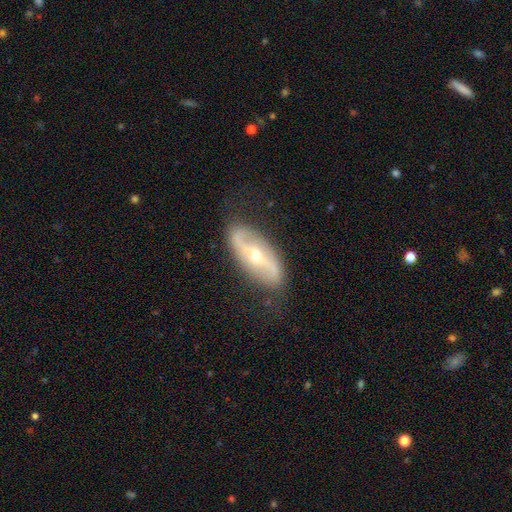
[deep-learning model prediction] Smooth or featured? Predicted: featured or disk (p=0.78). Edge-on disk? Predicted: no (p=0.88). Bar? Predicted: no (p=0.35). Spiral arms? Predicted: yes (p=0.83). Spiral winding? Predicted: loose (p=0.58). Spiral arm count? Predicted: 2 (p=0.88). Bulge size? Predicted: moderate (p=0.50). Merging? Predicted: none (p=0.77).